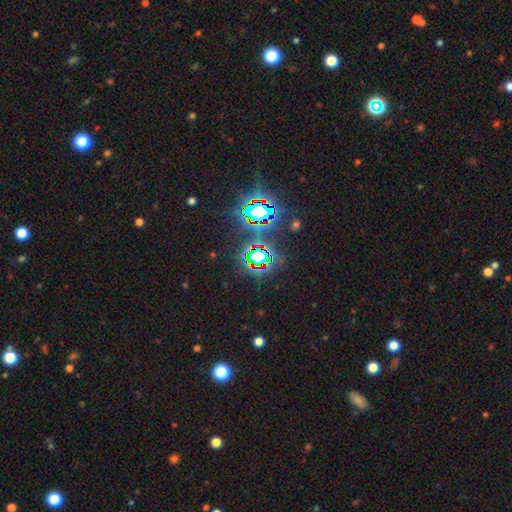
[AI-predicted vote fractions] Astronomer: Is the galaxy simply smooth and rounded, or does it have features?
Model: star or artifact — 75%.